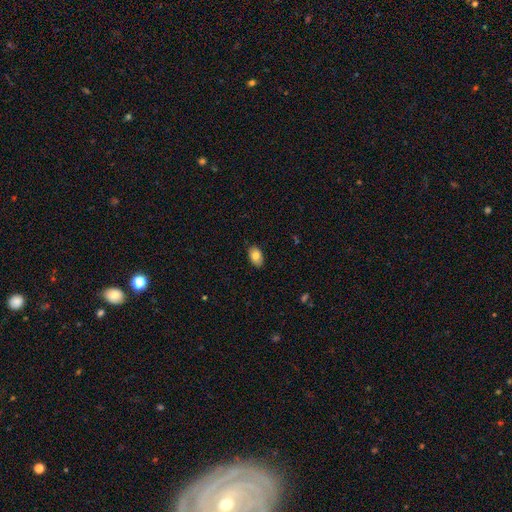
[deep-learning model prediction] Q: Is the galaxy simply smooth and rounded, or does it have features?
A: smooth — 81%.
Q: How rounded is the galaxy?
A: in between — 91%.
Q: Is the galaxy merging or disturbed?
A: none — 87%.